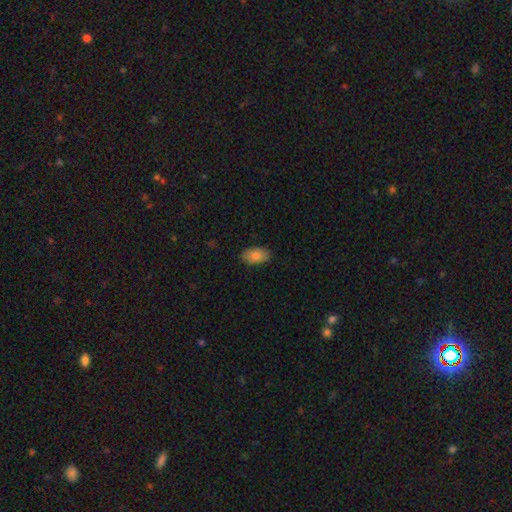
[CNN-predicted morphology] A smooth galaxy with no disk features (82%) that is in between round and cigar-shaped (93%).

Vote fractions:
- Smooth or featured? smooth: 82% / featured or disk: 12% / star or artifact: 7%
- How rounded? in between: 93% / round: 5% / cigar-shaped: 2%
- Merging? none: 87% / minor disturbance: 10% / major disturbance: 2% / merger: 1%